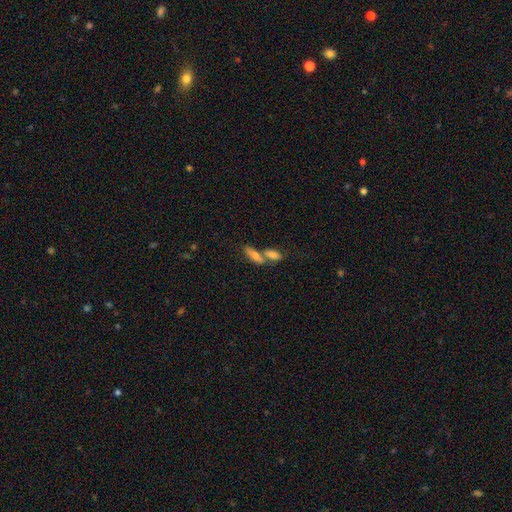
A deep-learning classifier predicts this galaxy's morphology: This is likely a smooth galaxy (61%). How rounded: possibly in between (52%). Merging: possibly merger (47%).